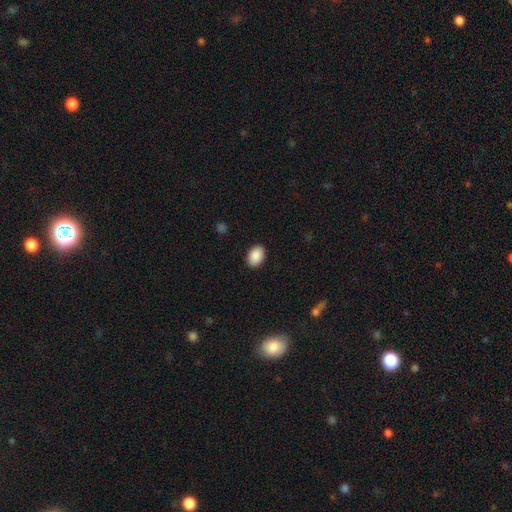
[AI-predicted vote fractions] smooth_or_featured: smooth (p=0.90) [alt: star or artifact p=0.07]
how_rounded: in between (p=0.84) [alt: round p=0.15]
merging: none (p=0.90) [alt: minor disturbance p=0.07]